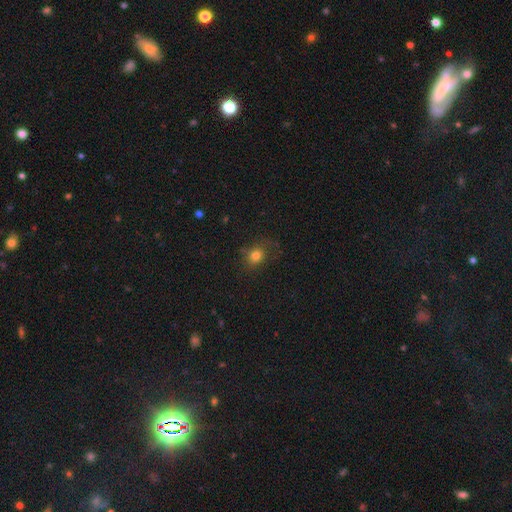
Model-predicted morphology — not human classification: type=smooth (78%); roundness=round (62%); merging=none (70%).